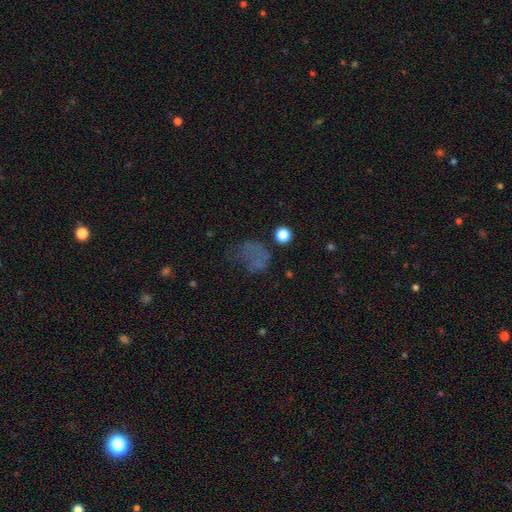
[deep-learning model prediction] Smooth or featured: smooth — 46% (star or artifact — 29%)
Merging: major disturbance — 38% (none — 37%)